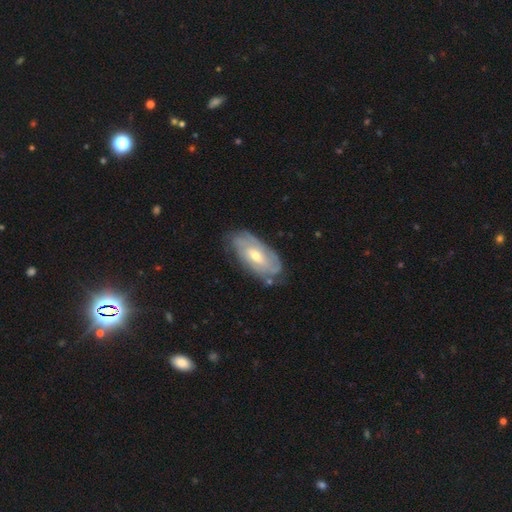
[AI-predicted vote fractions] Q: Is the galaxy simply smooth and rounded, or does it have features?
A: featured or disk — 74%.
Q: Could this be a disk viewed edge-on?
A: no — 92%.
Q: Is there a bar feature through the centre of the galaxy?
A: no — 50%.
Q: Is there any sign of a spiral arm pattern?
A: yes — 84%.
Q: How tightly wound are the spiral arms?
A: tight — 67%.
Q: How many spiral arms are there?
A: can't tell — 50%.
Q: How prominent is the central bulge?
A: moderate — 56%.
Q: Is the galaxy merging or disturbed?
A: none — 71%.